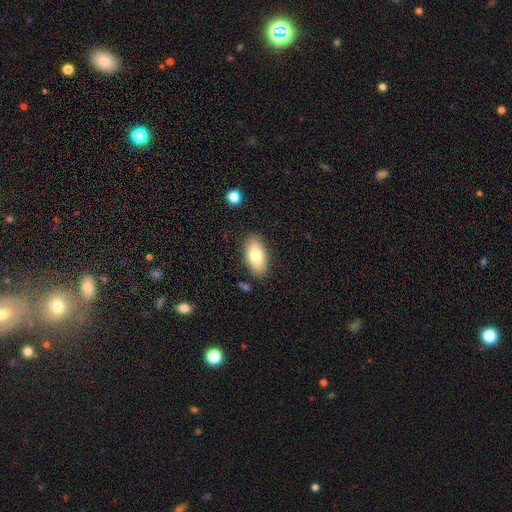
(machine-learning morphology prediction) This is likely a smooth galaxy (77%). How rounded: clearly in between (92%). Merging: clearly none (84%).